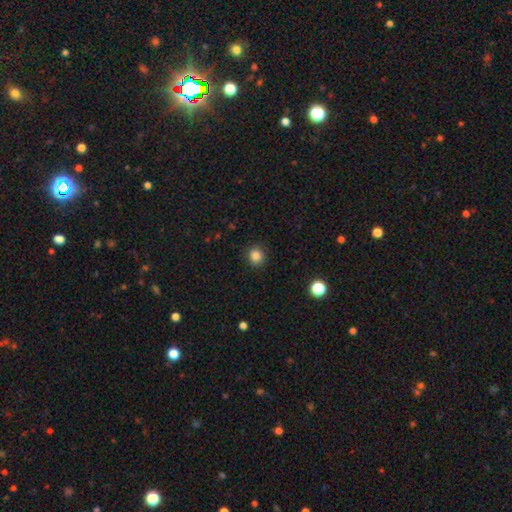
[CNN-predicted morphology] Q: Smooth or featured?
A: smooth (85%); runner-up: star or artifact (11%)
Q: How rounded?
A: round (87%); runner-up: in between (12%)
Q: Merging?
A: none (90%); runner-up: minor disturbance (7%)